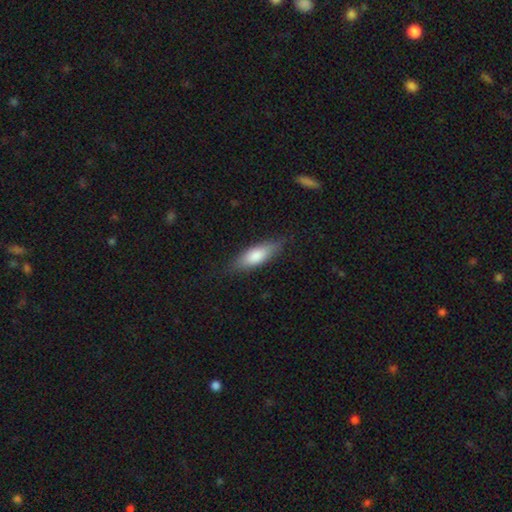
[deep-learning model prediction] Overall: smooth (74%). How rounded: in between (57%; cigar-shaped 41%). Merging: none (79%).